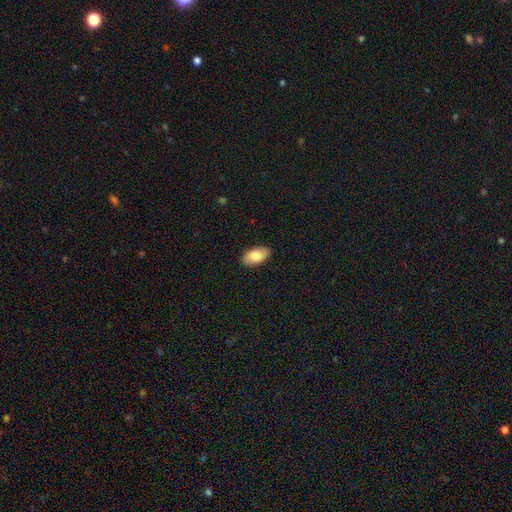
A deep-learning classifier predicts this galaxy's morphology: Overall: smooth (79%). How rounded: in between (94%). Merging: none (89%).